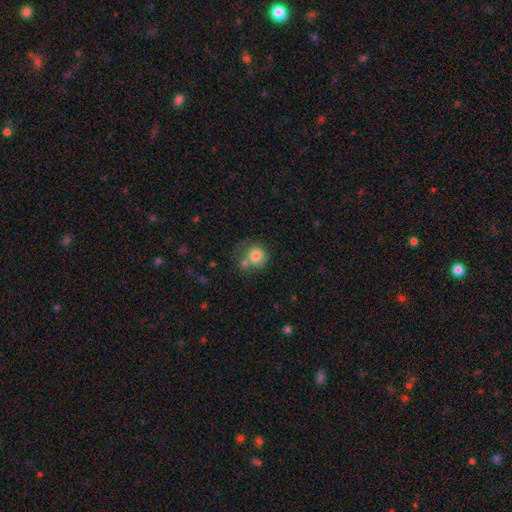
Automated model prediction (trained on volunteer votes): smooth-or-featured: smooth: 79% | featured or disk: 12% | star or artifact: 9%
  how-rounded: round: 80% | in between: 19% | cigar-shaped: 1%
  merging: none: 42% | merger: 27% | minor disturbance: 20% | major disturbance: 10%